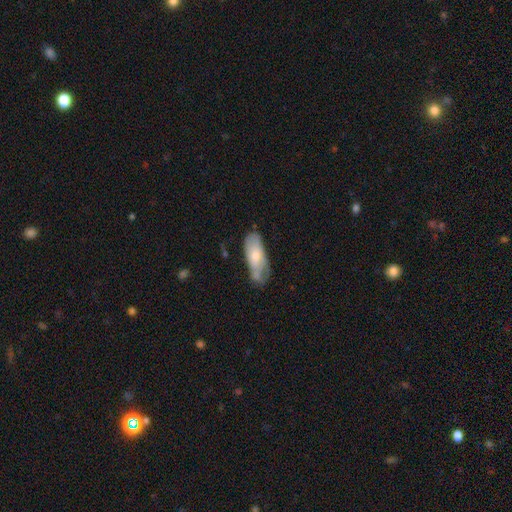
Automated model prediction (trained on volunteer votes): smooth-or-featured: smooth: 52% | featured or disk: 42% | star or artifact: 7%
  how-rounded: in between: 75% | cigar-shaped: 22% | round: 2%
  merging: none: 50% | minor disturbance: 34% | major disturbance: 11% | merger: 4%